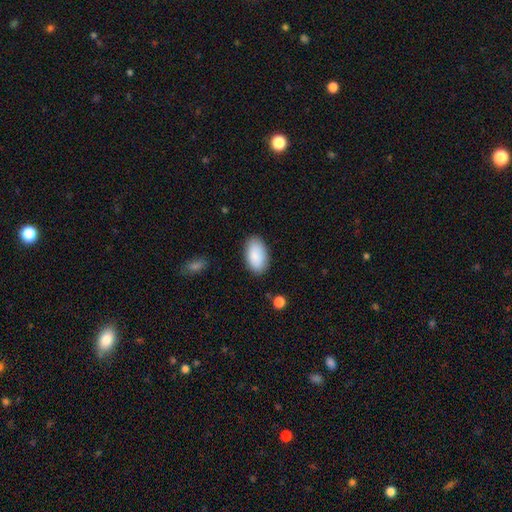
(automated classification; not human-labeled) Smooth or featured: smooth — 89% (star or artifact — 6%)
How rounded: in between — 95% (round — 3%)
Merging: none — 85% (minor disturbance — 11%)